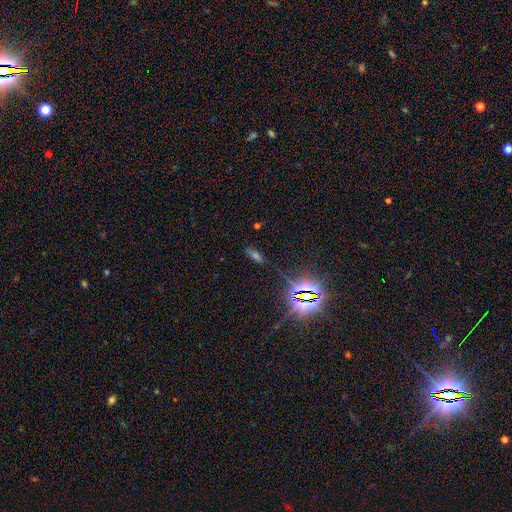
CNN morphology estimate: star or artifact 46%, smooth 35%, featured or disk 18%.